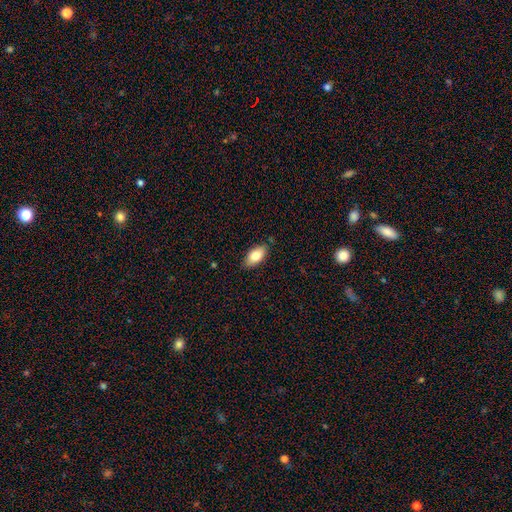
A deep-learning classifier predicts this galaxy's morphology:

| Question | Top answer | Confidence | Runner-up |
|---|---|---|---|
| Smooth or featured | smooth | 81% | featured or disk (12%) |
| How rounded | in between | 91% | cigar-shaped (6%) |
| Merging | none | 84% | minor disturbance (13%) |